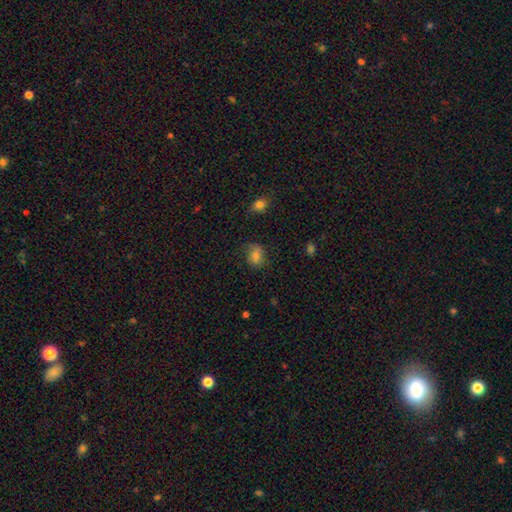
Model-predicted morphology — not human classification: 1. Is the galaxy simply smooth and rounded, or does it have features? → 73% smooth, 15% featured or disk, 13% star or artifact.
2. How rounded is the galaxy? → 50% round, 49% in between, 1% cigar-shaped.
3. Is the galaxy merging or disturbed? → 65% none, 23% minor disturbance, 10% major disturbance, 2% merger.